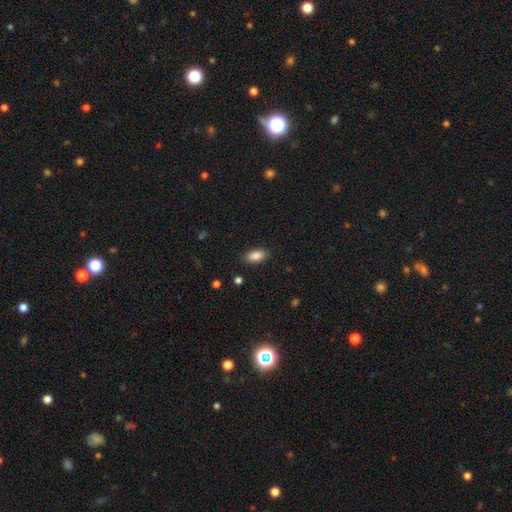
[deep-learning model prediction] smooth-or-featured: smooth: 87% | star or artifact: 8% | featured or disk: 5%
  how-rounded: in between: 91% | cigar-shaped: 5% | round: 4%
  merging: none: 88% | minor disturbance: 9% | major disturbance: 2% | merger: 1%